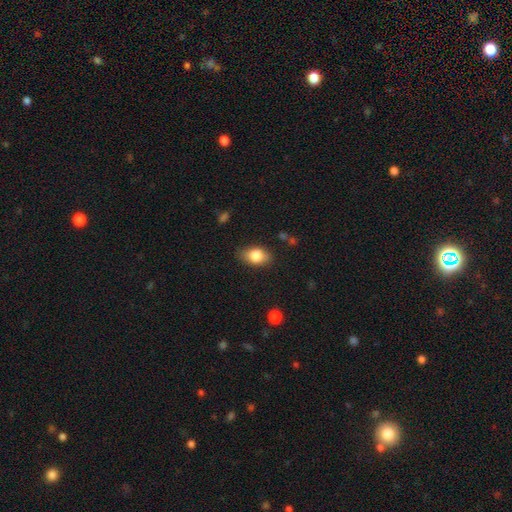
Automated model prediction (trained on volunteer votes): Overall: smooth (81%). How rounded: in between (84%). Merging: none (80%).